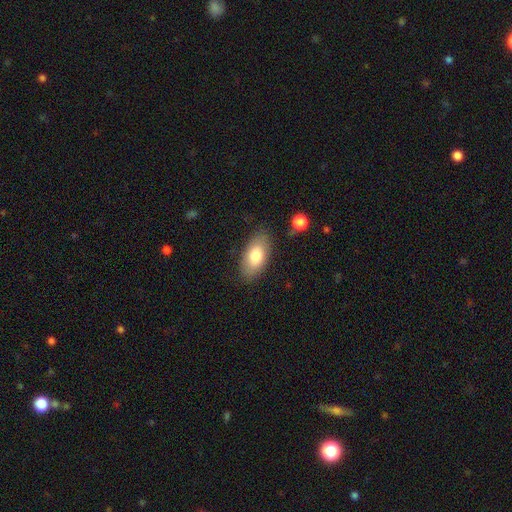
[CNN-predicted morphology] A smooth galaxy with no disk features (79%) that is in between round and cigar-shaped (92%). Merging: none (82%).